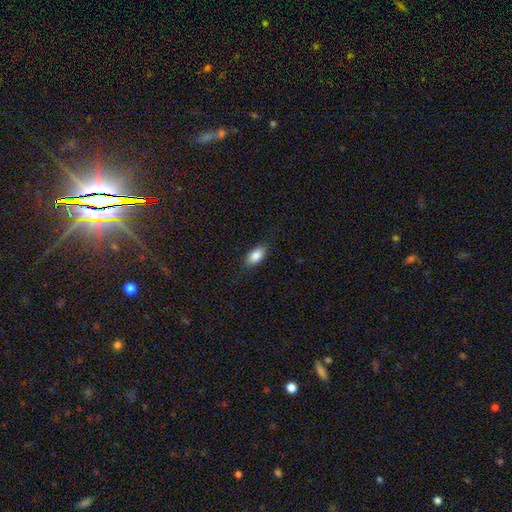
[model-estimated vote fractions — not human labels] smooth-or-featured: smooth: 87% | star or artifact: 7% | featured or disk: 6%
  how-rounded: in between: 91% | cigar-shaped: 5% | round: 4%
  merging: none: 84% | minor disturbance: 12% | major disturbance: 3% | merger: 1%